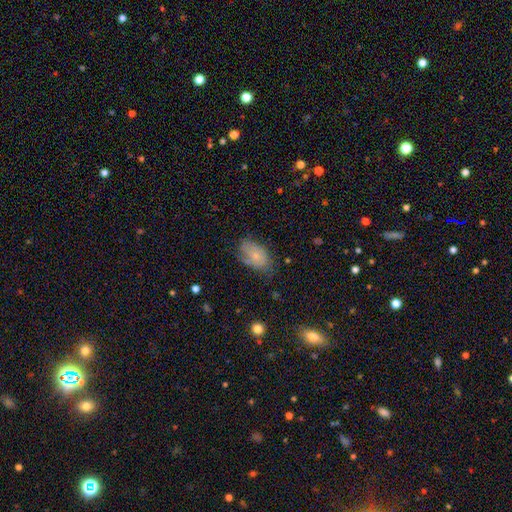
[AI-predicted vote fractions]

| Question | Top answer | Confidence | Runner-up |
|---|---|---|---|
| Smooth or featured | smooth | 61% | featured or disk (31%) |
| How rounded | in between | 91% | round (7%) |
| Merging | none | 55% | minor disturbance (31%) |